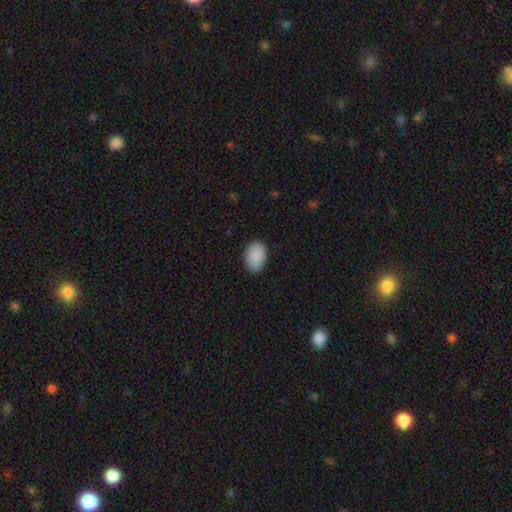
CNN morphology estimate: A smooth galaxy with no disk features (90%) that is in between round and cigar-shaped (88%).

Vote fractions:
- Smooth or featured? smooth: 90% / star or artifact: 7% / featured or disk: 3%
- How rounded? in between: 88% / round: 11% / cigar-shaped: 1%
- Merging? none: 87% / minor disturbance: 10% / major disturbance: 2% / merger: 1%